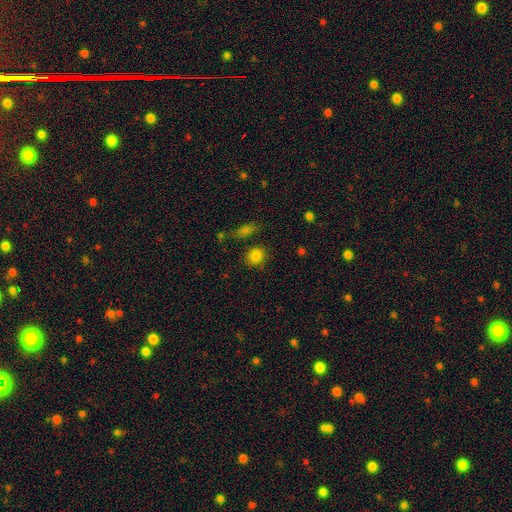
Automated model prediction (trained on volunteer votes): A smooth galaxy with no disk features (83%) that is round (77%). Merging: none (78%).